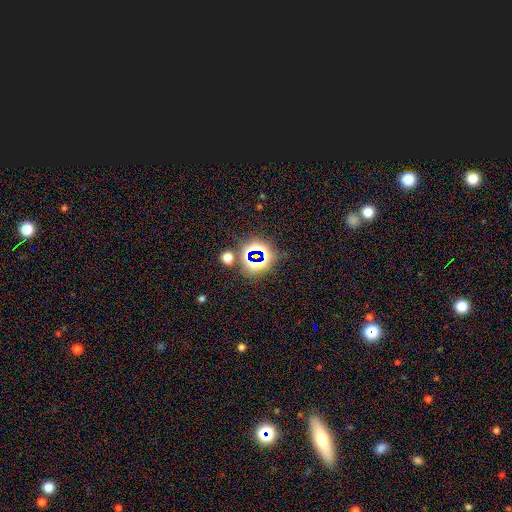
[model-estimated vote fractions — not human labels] This is likely a star or artifact rather than a galaxy (72%).